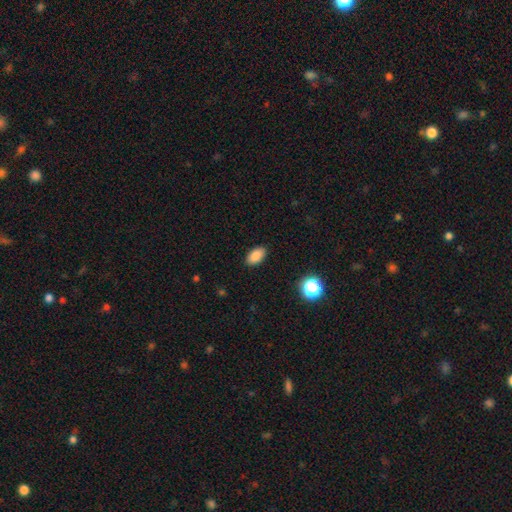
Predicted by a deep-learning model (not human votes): smooth-or-featured: smooth: 86% | star or artifact: 10% | featured or disk: 4%
  how-rounded: in between: 92% | round: 6% | cigar-shaped: 2%
  merging: none: 88% | minor disturbance: 8% | major disturbance: 2% | merger: 1%